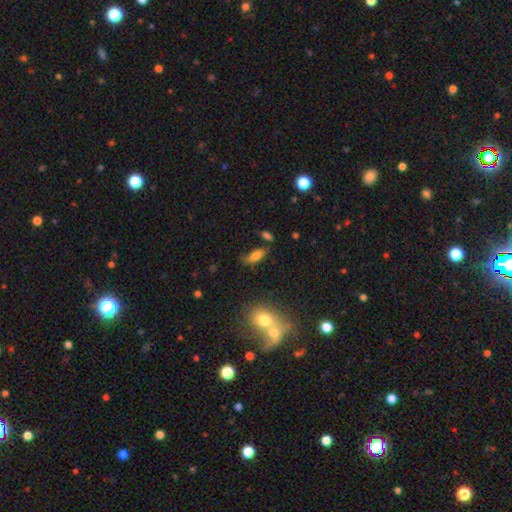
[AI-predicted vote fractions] smooth 75%, featured or disk 15%, star or artifact 10%. Down the decision tree: how rounded — in between (74%); merging — none (62%).